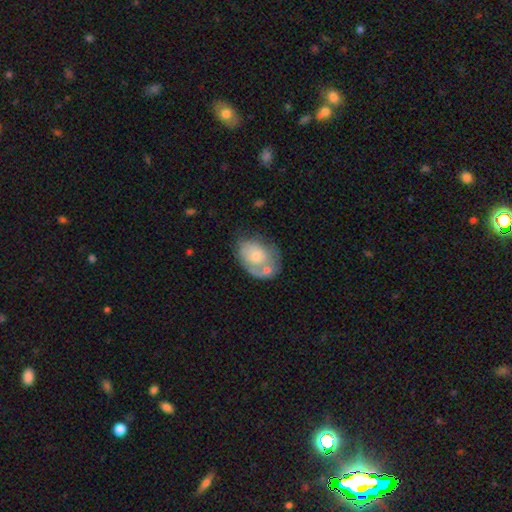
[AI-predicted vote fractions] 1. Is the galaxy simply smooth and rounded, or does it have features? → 57% smooth, 36% featured or disk, 7% star or artifact.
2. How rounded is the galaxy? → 70% in between, 29% round, 1% cigar-shaped.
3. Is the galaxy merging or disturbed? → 33% none, 30% merger, 23% minor disturbance, 14% major disturbance.